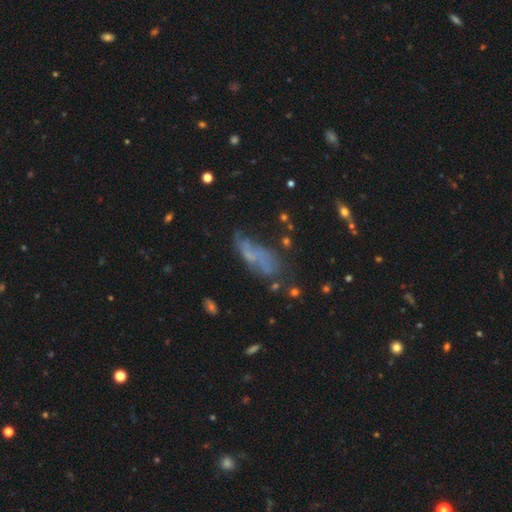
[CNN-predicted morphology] The model was most divided on "smooth or featured": smooth: 47%, featured or disk: 36%, star or artifact: 17%. Remaining: merging — none (38%).